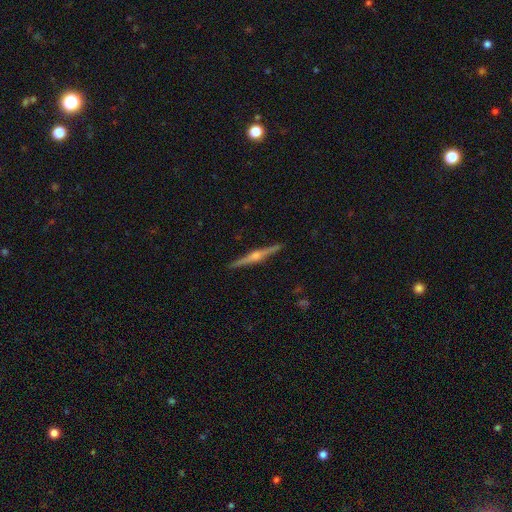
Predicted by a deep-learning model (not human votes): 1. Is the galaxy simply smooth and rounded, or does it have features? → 82% featured or disk, 12% smooth, 6% star or artifact.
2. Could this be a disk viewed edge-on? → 98% yes, 2% no.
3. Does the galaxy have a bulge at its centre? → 90% rounded, 5% none, 5% boxy.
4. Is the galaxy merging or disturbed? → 91% none, 6% minor disturbance, 1% major disturbance, 1% merger.